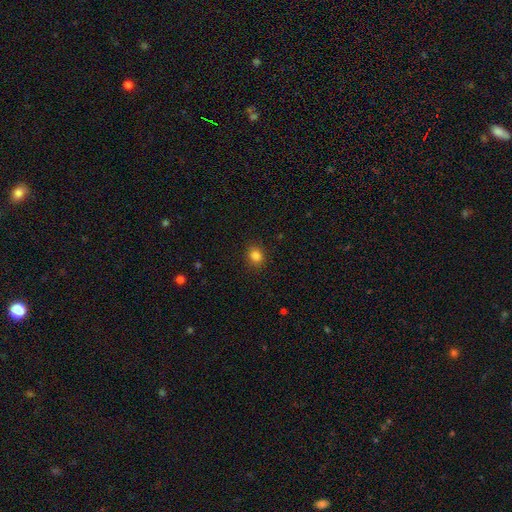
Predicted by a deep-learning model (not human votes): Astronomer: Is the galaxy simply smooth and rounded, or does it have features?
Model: smooth — 83%.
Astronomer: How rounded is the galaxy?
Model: round — 64%.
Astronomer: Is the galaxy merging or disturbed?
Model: none — 89%.